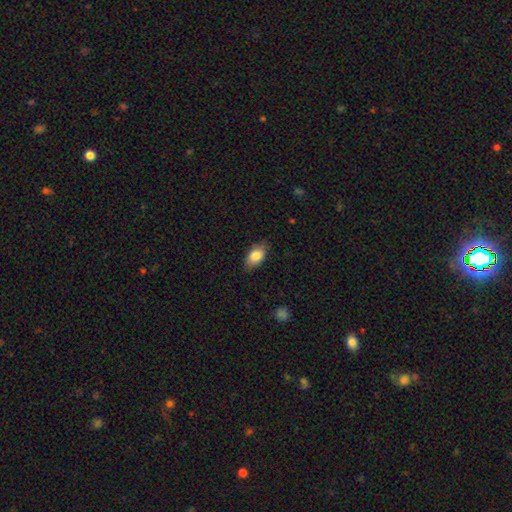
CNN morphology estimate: smooth_or_featured: smooth (p=0.84) [alt: featured or disk p=0.09]
how_rounded: in between (p=0.91) [alt: round p=0.06]
merging: none (p=0.81) [alt: minor disturbance p=0.15]